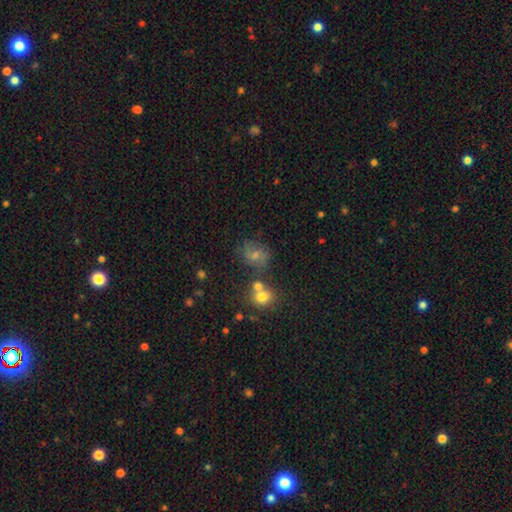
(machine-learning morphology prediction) smooth 64%, featured or disk 20%, star or artifact 15%. Down the decision tree: how rounded — round (55%); merging — none (52%).